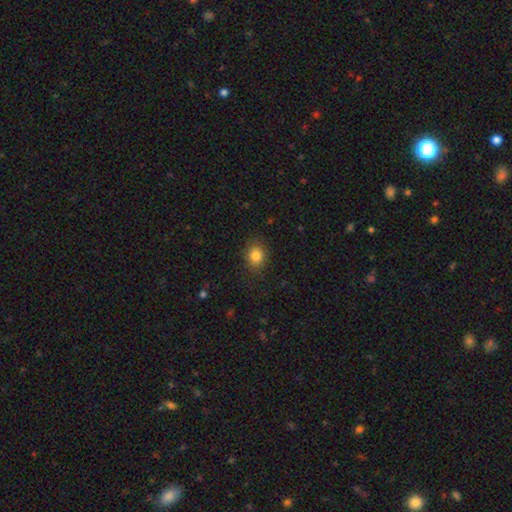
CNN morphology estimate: The model was most divided on "how rounded": round: 64%, in between: 35%, cigar-shaped: 1%. More confident: merging — none (86%); smooth or featured — smooth (83%).